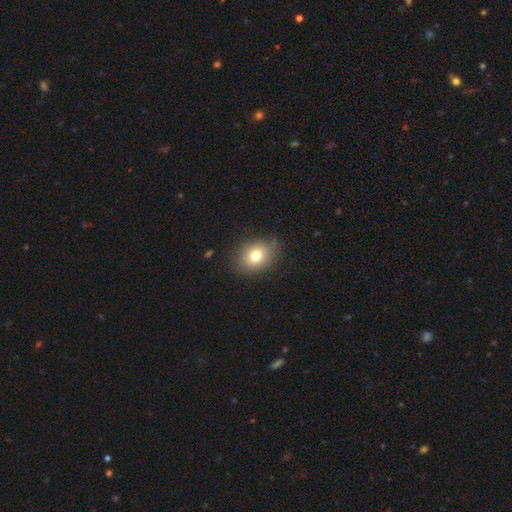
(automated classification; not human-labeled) smooth 76%, featured or disk 13%, star or artifact 11%. Down the decision tree: how rounded — in between (58%); merging — none (78%).